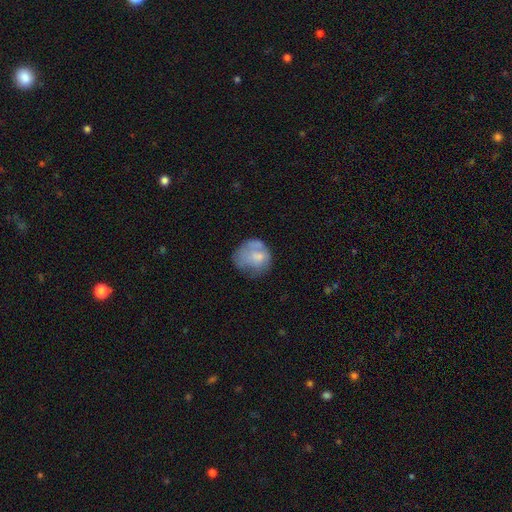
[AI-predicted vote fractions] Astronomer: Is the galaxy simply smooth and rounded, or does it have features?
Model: smooth — 63%.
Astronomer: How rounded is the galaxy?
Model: round — 70%.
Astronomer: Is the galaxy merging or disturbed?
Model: none — 41% (runner-up: minor disturbance, 28%).